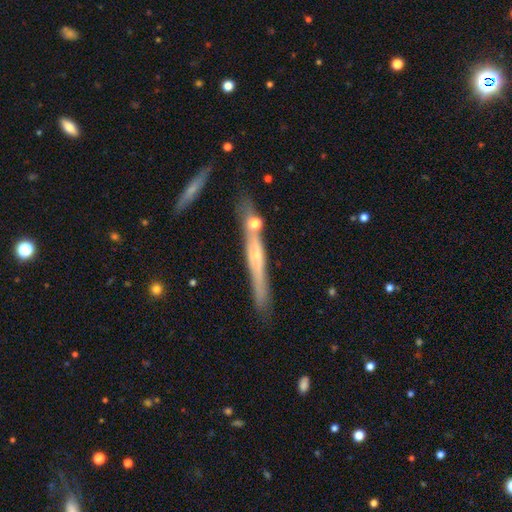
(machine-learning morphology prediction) The model was most divided on "edge-on bulge": rounded: 50%, none: 45%, boxy: 5%. More confident: edge-on disk — yes (92%); merging — none (76%); smooth or featured — featured or disk (63%).